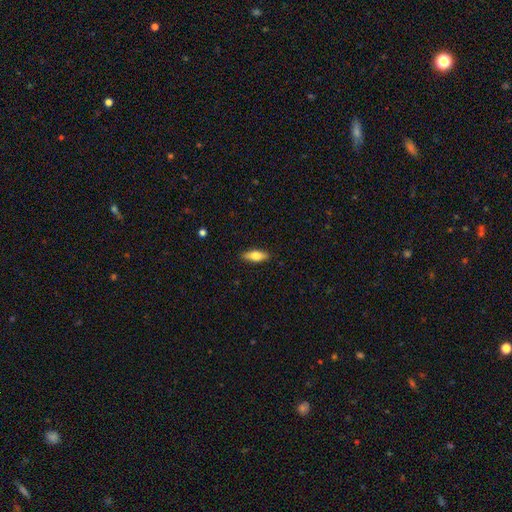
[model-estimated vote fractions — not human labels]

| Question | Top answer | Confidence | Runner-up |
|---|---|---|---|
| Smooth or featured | smooth | 69% | featured or disk (25%) |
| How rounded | in between | 70% | cigar-shaped (27%) |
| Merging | none | 87% | minor disturbance (10%) |